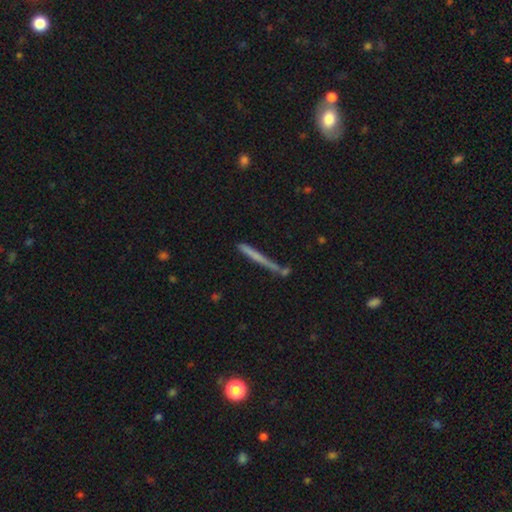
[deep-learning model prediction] This appears to be a smooth galaxy with no disk features (55%) that is cigar-shaped (96%). Merging: none (75%).